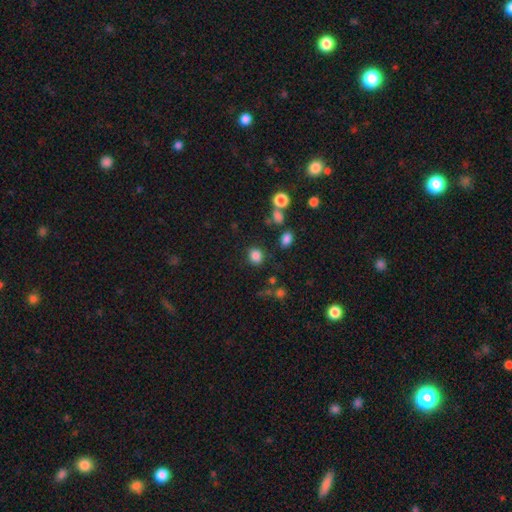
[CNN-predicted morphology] smooth 83%, star or artifact 12%, featured or disk 5%. Down the decision tree: how rounded — round (67%); merging — none (82%).